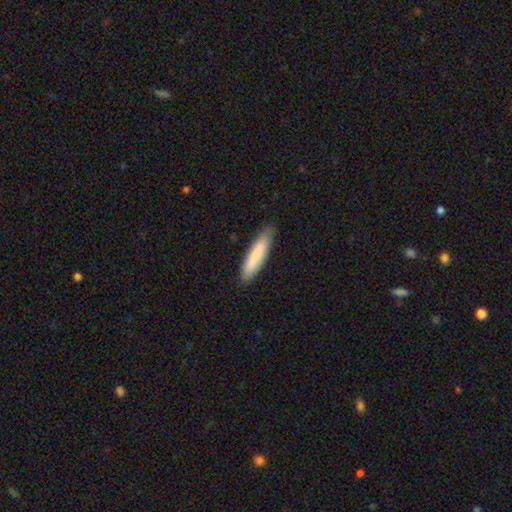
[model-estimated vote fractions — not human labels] Smooth or featured?
  - smooth: 83% *
  - featured or disk: 11%
  - star or artifact: 5%
How rounded?
  - cigar-shaped: 84% *
  - in between: 15%
  - round: 1%
Merging?
  - none: 87% *
  - minor disturbance: 11%
  - major disturbance: 2%
  - merger: 1%